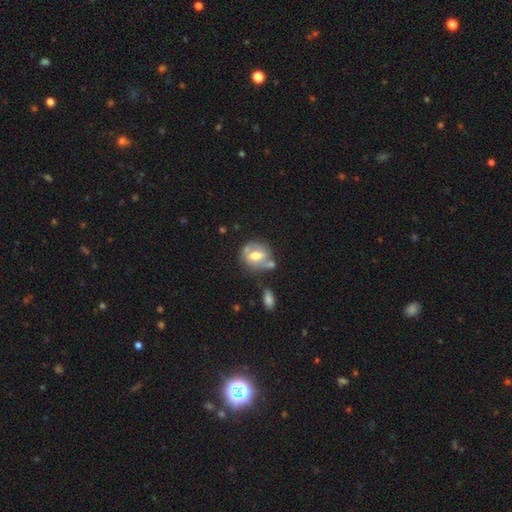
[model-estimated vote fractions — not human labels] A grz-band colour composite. It shows a smooth galaxy with no disk features (50%). Merging: none (54%).